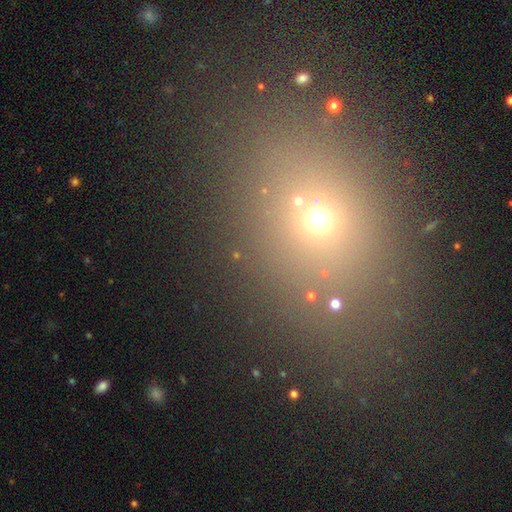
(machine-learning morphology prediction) Smooth or featured? smooth (54%)
How rounded? in between (59%)
Merging? none (79%)